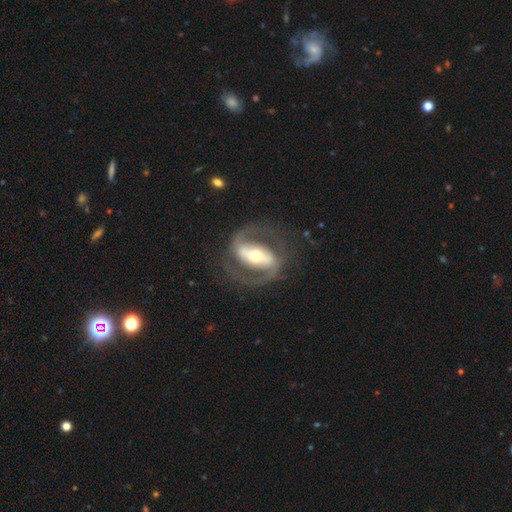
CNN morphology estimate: The model was most divided on "spiral winding": medium: 53%, tight: 26%, loose: 21%. More confident: edge-on disk — no (95%); spiral arm count — 2 (90%); smooth or featured — featured or disk (85%); spiral arms — yes (84%); merging — none (77%); bulge size — moderate (66%); bar — strong (66%).